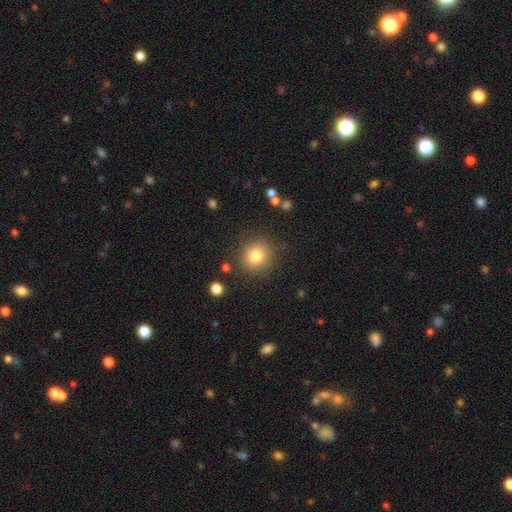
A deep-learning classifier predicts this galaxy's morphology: smooth 82%, star or artifact 11%, featured or disk 7%. Down the decision tree: how rounded — round (89%); merging — none (86%).